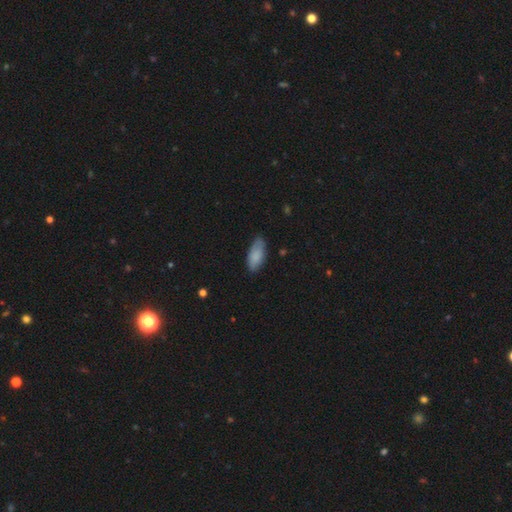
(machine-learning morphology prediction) Smooth or featured?
  - smooth: 84% *
  - featured or disk: 9%
  - star or artifact: 6%
How rounded?
  - in between: 88% *
  - cigar-shaped: 10%
  - round: 2%
Merging?
  - none: 75% *
  - minor disturbance: 20%
  - major disturbance: 3%
  - merger: 1%